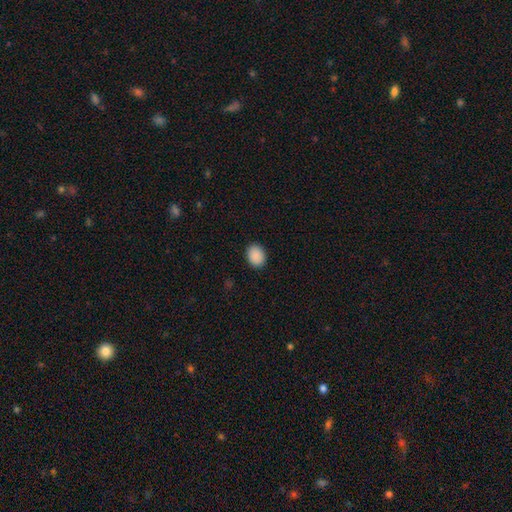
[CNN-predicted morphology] smooth_or_featured: smooth (p=0.90) [alt: star or artifact p=0.08]
how_rounded: in between (p=0.58) [alt: round p=0.41]
merging: none (p=0.90) [alt: minor disturbance p=0.08]